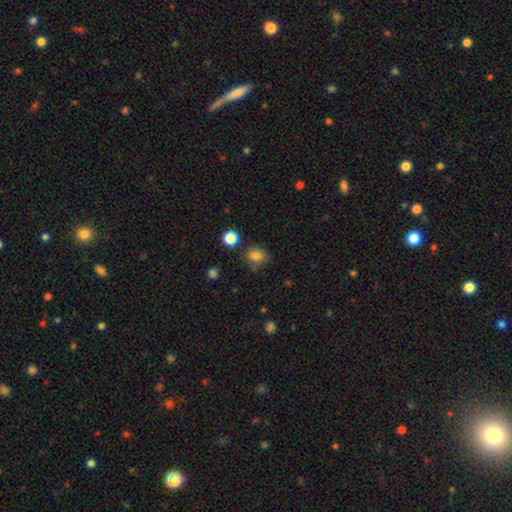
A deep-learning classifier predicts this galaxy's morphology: A smooth galaxy with no disk features (78%) that is round (64%).

Vote fractions:
- Smooth or featured? smooth: 78% / star or artifact: 13% / featured or disk: 9%
- How rounded? round: 64% / in between: 35% / cigar-shaped: 1%
- Merging? none: 69% / minor disturbance: 20% / major disturbance: 6% / merger: 6%